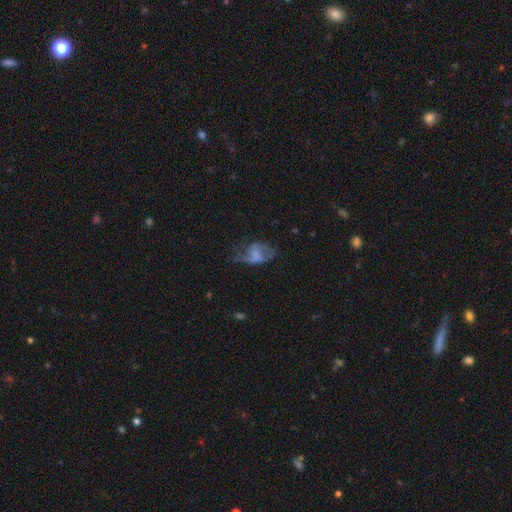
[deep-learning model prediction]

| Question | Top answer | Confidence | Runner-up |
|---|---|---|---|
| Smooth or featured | smooth | 47% | featured or disk (42%) |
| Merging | major disturbance | 36% | none (33%) |